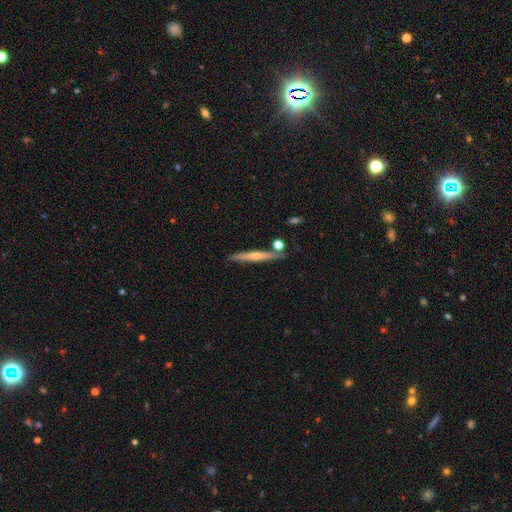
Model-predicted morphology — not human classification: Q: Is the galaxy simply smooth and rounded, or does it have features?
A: featured or disk — 59%.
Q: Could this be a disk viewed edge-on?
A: yes — 96%.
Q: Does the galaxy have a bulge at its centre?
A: rounded — 73%.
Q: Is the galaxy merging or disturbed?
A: none — 83%.